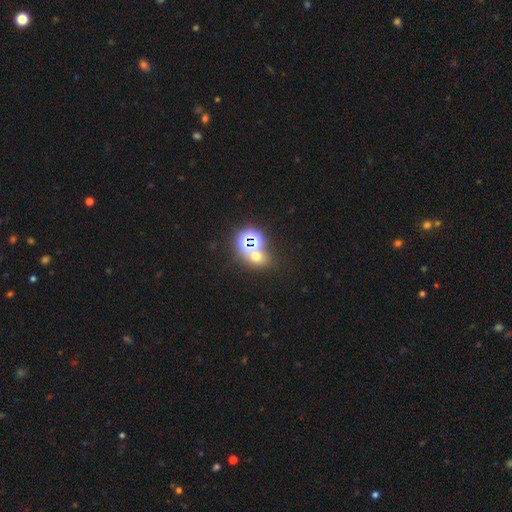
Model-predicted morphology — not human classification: Smooth or featured? star or artifact (46%)